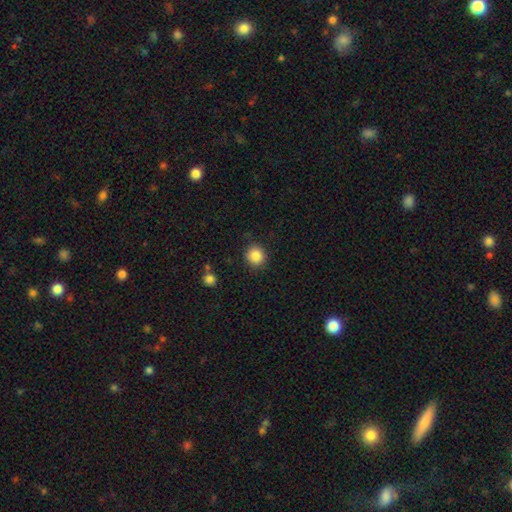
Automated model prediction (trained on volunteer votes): The model was most divided on "smooth or featured": smooth: 86%, star or artifact: 10%, featured or disk: 4%. More confident: how rounded — round (90%); merging — none (89%).